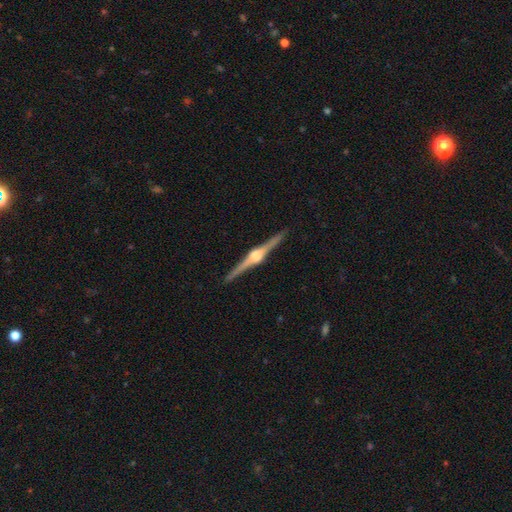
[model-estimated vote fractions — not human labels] Smooth or featured? Predicted: featured or disk (p=0.90). Edge-on disk? Predicted: yes (p=0.99). Edge-on bulge? Predicted: rounded (p=0.90). Merging? Predicted: none (p=0.92).